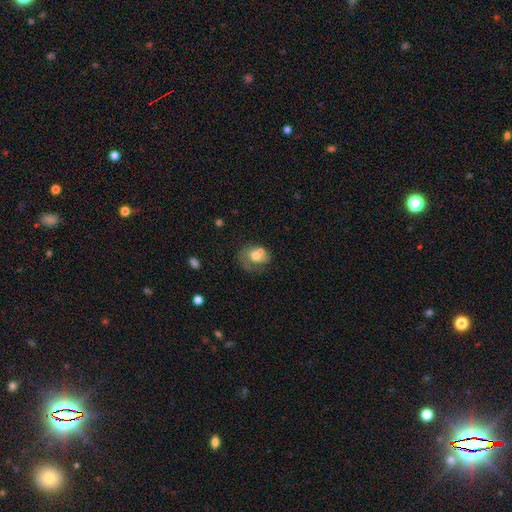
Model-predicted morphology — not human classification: A smooth galaxy with no disk features (58%) that is in between round and cigar-shaped (53%).

Vote fractions:
- Smooth or featured? smooth: 58% / featured or disk: 33% / star or artifact: 9%
- How rounded? in between: 53% / round: 45% / cigar-shaped: 1%
- Merging? merger: 35% / none: 28% / minor disturbance: 19% / major disturbance: 18%